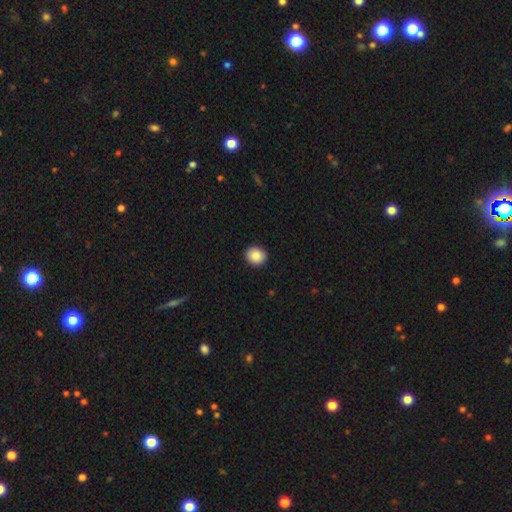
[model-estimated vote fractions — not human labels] Q: Smooth or featured?
A: smooth (89%); runner-up: star or artifact (8%)
Q: How rounded?
A: round (81%); runner-up: in between (18%)
Q: Merging?
A: none (92%); runner-up: minor disturbance (6%)